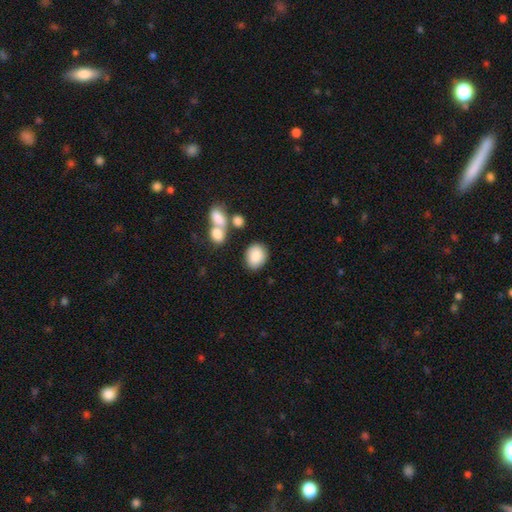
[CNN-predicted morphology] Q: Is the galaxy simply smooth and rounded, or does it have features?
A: smooth — 86%.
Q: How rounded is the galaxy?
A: in between — 58%.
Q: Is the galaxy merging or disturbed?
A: none — 75%.